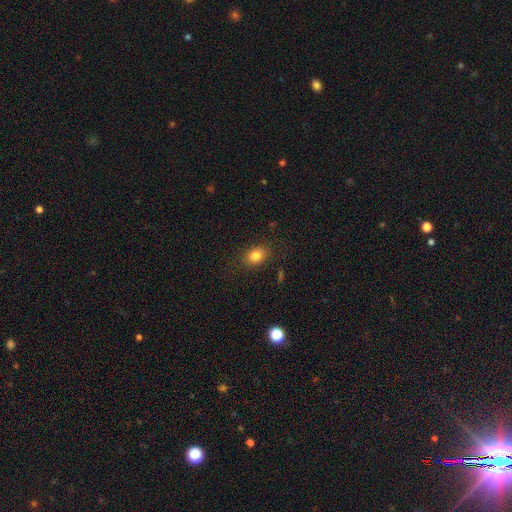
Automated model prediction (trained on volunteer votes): Smooth or featured? smooth (82%)
How rounded? in between (61%)
Merging? none (84%)